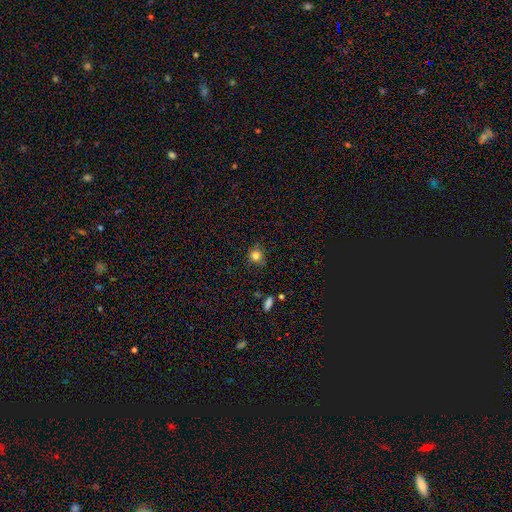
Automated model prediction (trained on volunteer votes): Smooth or featured?
  - smooth: 82% *
  - star or artifact: 12%
  - featured or disk: 6%
How rounded?
  - round: 85% *
  - in between: 14%
  - cigar-shaped: 1%
Merging?
  - none: 75% *
  - minor disturbance: 19%
  - major disturbance: 4%
  - merger: 2%